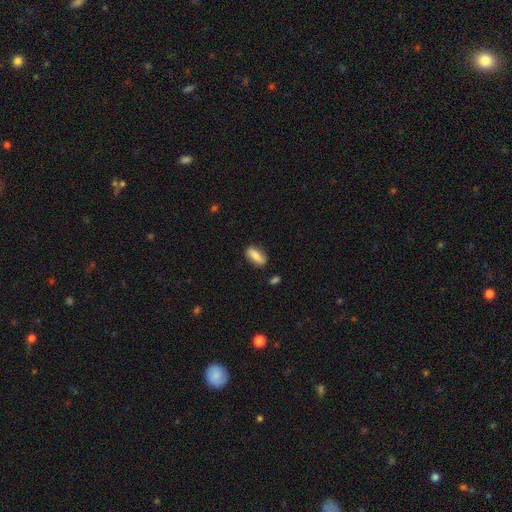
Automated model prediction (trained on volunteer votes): smooth_or_featured: smooth (p=0.68) [alt: featured or disk p=0.25]
how_rounded: in between (p=0.75) [alt: cigar-shaped p=0.20]
merging: none (p=0.81) [alt: minor disturbance p=0.14]